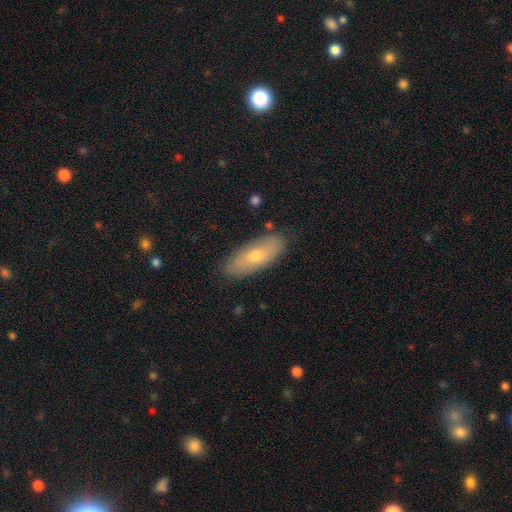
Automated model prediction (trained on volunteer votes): A smooth galaxy with no disk features (63%) that is in between round and cigar-shaped (73%). Merging: none (85%).